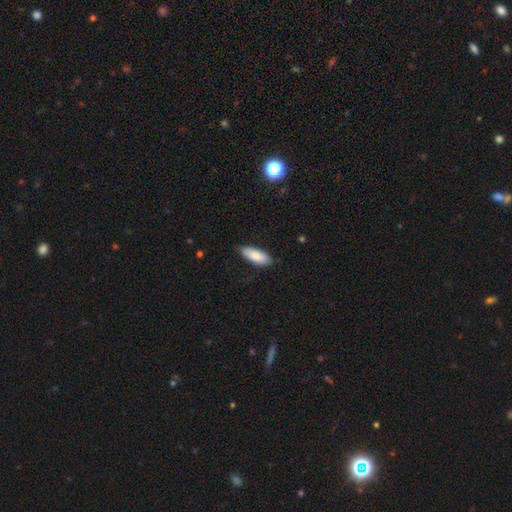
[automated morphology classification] This appears to be a smooth galaxy with no disk features (86%) that is in between round and cigar-shaped (75%). Merging: none (84%).